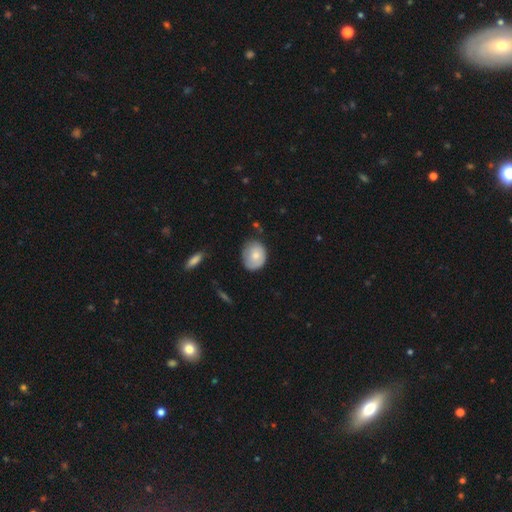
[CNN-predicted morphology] This appears to be a smooth galaxy with no disk features (76%) that is round (50%). Merging: none (65%).